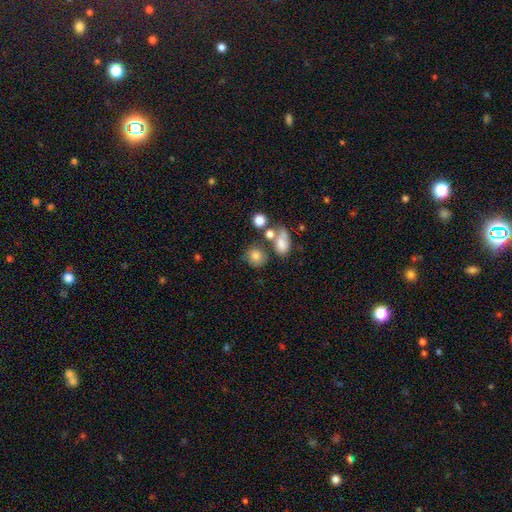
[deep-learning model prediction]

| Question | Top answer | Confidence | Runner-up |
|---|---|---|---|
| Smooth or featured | smooth | 78% | star or artifact (12%) |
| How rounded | round | 76% | in between (23%) |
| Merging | none | 55% | merger (23%) |